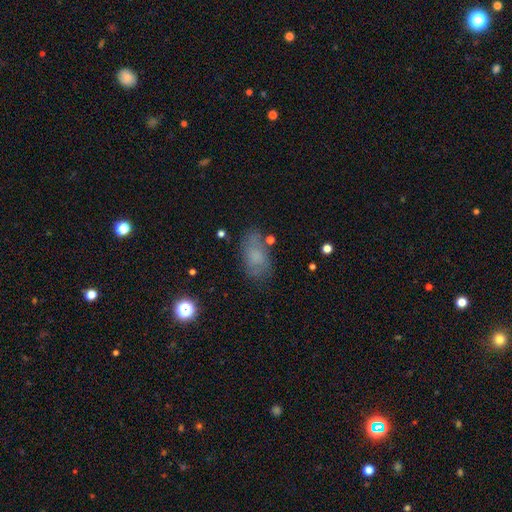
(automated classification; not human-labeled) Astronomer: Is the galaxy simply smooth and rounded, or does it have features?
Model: smooth — 64%.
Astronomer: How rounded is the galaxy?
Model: in between — 90%.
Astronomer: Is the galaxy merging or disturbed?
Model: none — 65%.